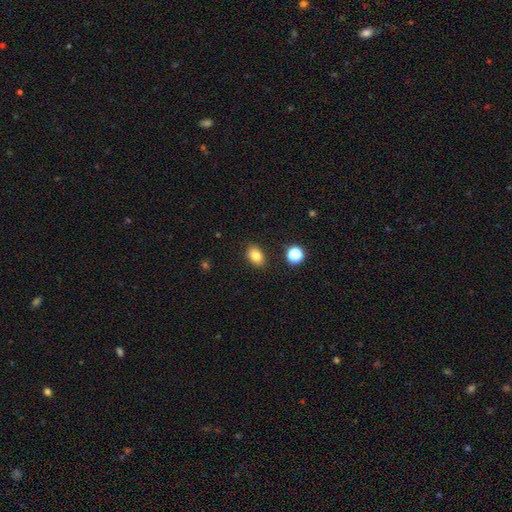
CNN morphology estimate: Q: Smooth or featured?
A: smooth (81%); runner-up: star or artifact (11%)
Q: How rounded?
A: in between (78%); runner-up: round (20%)
Q: Merging?
A: none (87%); runner-up: minor disturbance (9%)